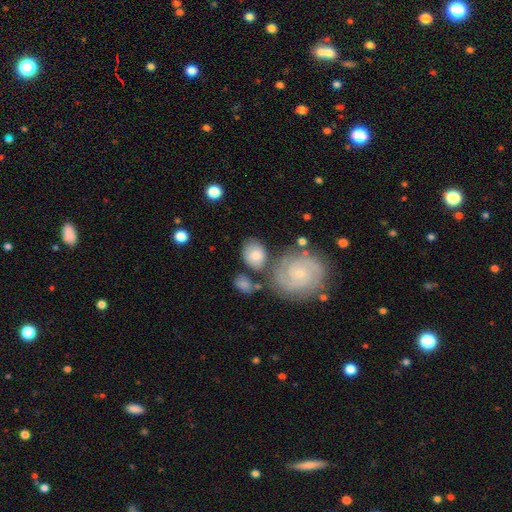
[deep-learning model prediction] This appears to be a smooth galaxy with no disk features (56%) that is in between round and cigar-shaped (61%). Merging: none (61%).